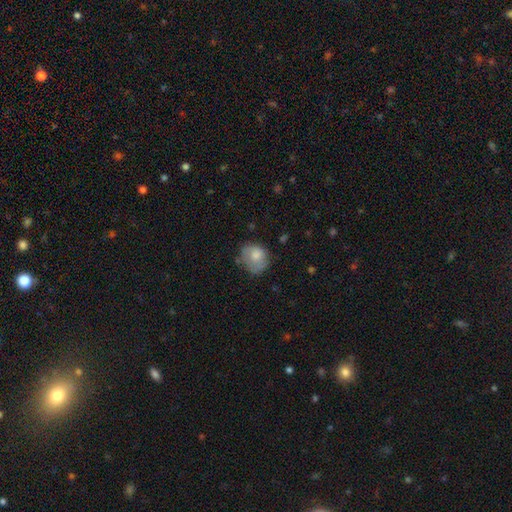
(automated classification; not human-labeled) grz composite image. It shows a smooth galaxy with no disk features (72%) that is round (66%). Merging: none (50%).